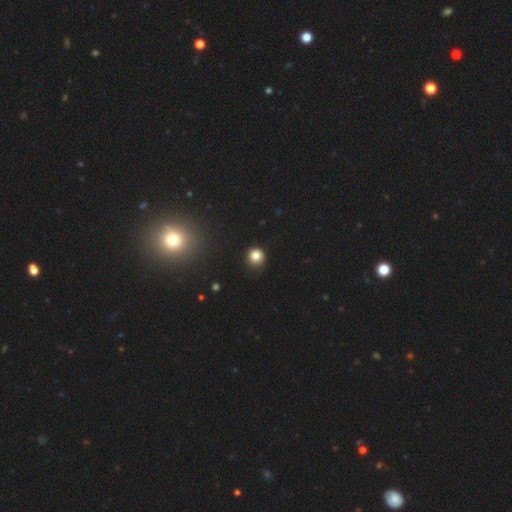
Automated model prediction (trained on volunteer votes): Overall: smooth (81%). How rounded: round (92%). Merging: none (87%).